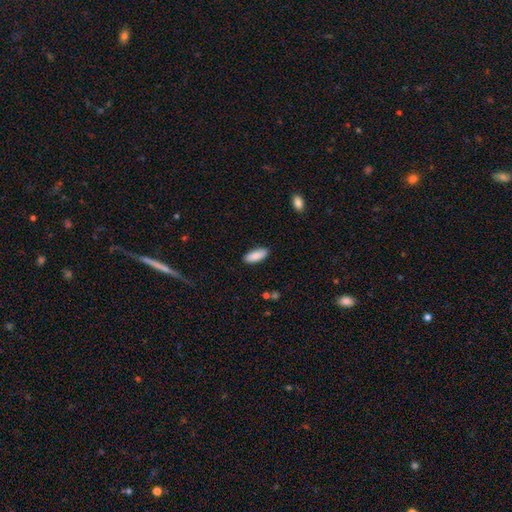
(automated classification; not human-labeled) Q: Smooth or featured?
A: smooth (89%); runner-up: star or artifact (6%)
Q: How rounded?
A: in between (79%); runner-up: cigar-shaped (19%)
Q: Merging?
A: none (88%); runner-up: minor disturbance (9%)